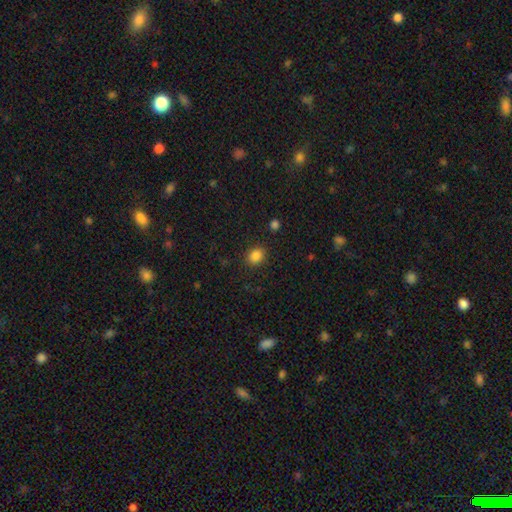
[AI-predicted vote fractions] smooth-or-featured: smooth: 85% | star or artifact: 11% | featured or disk: 4%
  how-rounded: round: 59% | in between: 40% | cigar-shaped: 1%
  merging: none: 86% | minor disturbance: 9% | major disturbance: 3% | merger: 2%